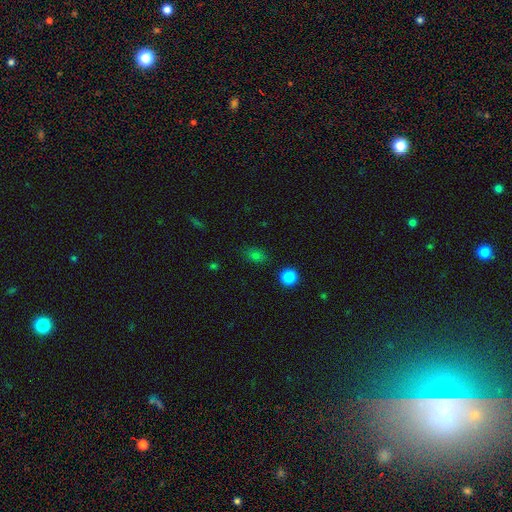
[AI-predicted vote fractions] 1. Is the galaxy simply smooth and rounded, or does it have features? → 76% smooth, 18% star or artifact, 6% featured or disk.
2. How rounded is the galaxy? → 64% in between, 34% round, 2% cigar-shaped.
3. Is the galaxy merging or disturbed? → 83% none, 11% minor disturbance, 3% major disturbance, 2% merger.